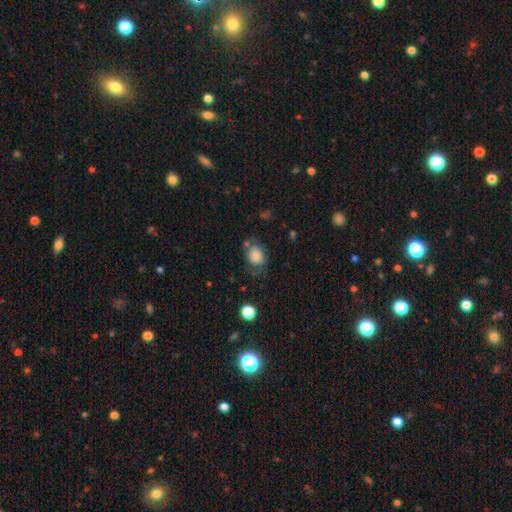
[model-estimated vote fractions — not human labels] Smooth or featured? Predicted: smooth (p=0.73). How rounded? Predicted: in between (p=0.50). Merging? Predicted: none (p=0.52).